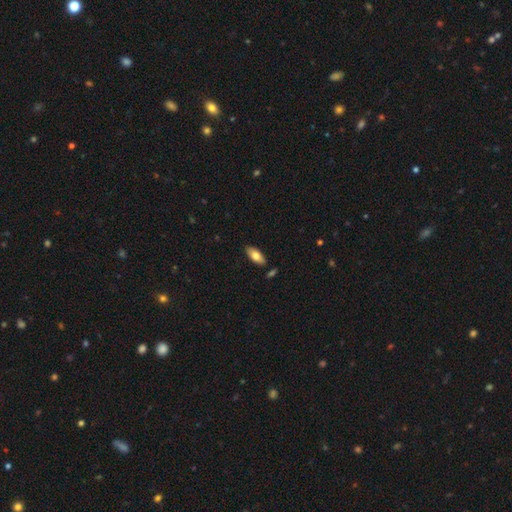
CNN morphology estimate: type=smooth (78%); roundness=in between (87%); merging=none (85%).